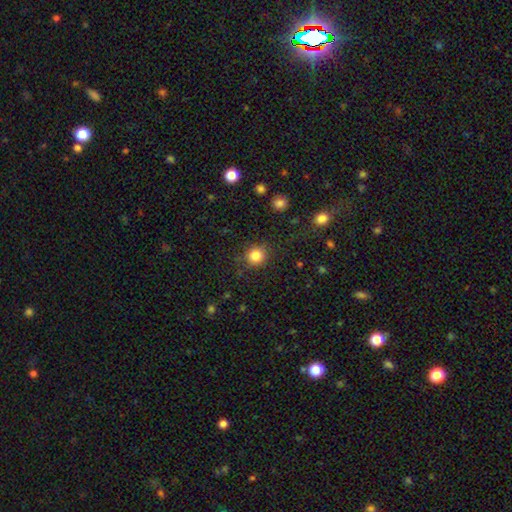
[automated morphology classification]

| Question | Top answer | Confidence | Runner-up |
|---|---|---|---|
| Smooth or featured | smooth | 84% | star or artifact (11%) |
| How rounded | round | 90% | in between (9%) |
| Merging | none | 86% | minor disturbance (9%) |